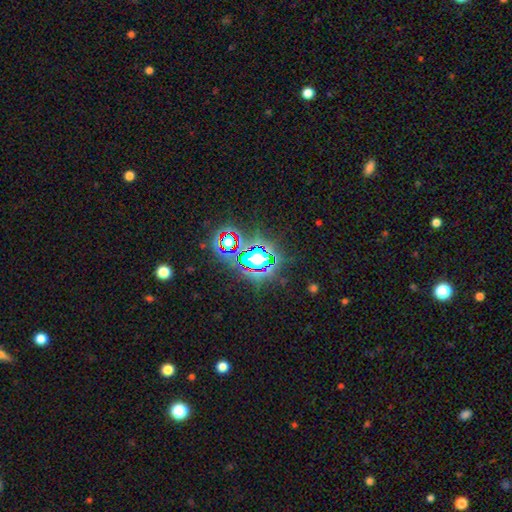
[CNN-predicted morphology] The model was most divided on "smooth or featured": star or artifact: 73%, smooth: 16%, featured or disk: 11%.